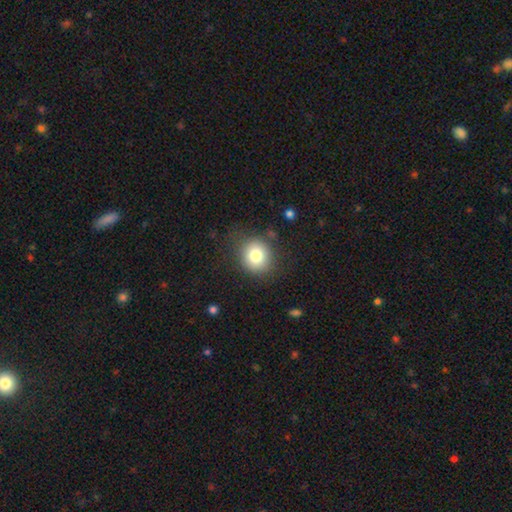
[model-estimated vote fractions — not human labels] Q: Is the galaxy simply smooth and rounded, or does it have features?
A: smooth — 80%.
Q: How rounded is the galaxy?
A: round — 82%.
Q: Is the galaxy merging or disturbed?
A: none — 80%.